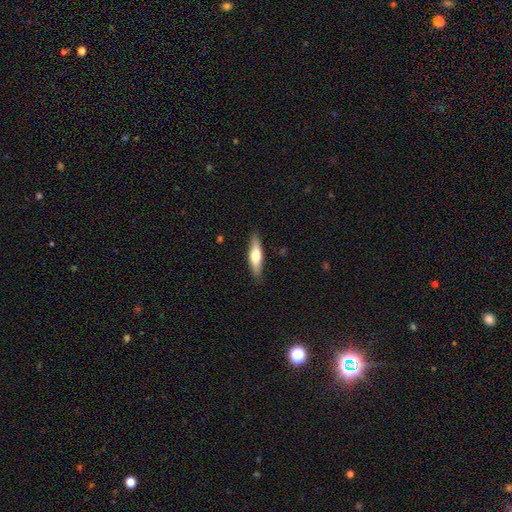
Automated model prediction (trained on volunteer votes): Overall: smooth (54%; featured or disk 40%). How rounded: cigar-shaped (65%; in between 33%). Merging: none (87%).